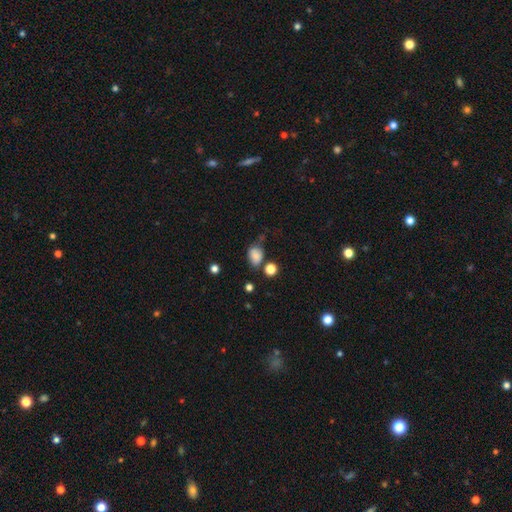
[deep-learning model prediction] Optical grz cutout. It shows a smooth galaxy with no disk features (80%) that is in between round and cigar-shaped (65%). Merging: none (58%).